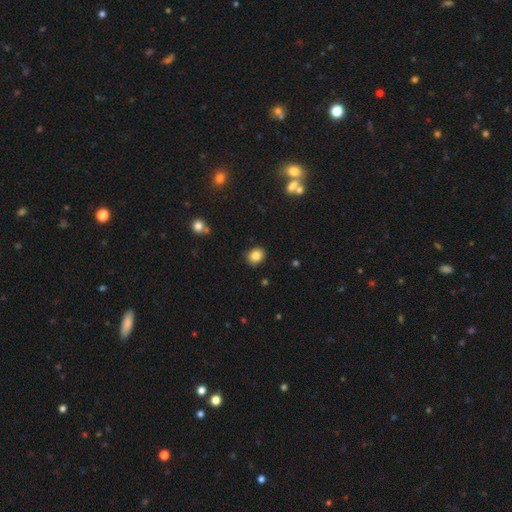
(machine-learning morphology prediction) Smooth or featured? Predicted: smooth (p=0.85). How rounded? Predicted: round (p=0.60). Merging? Predicted: none (p=0.88).